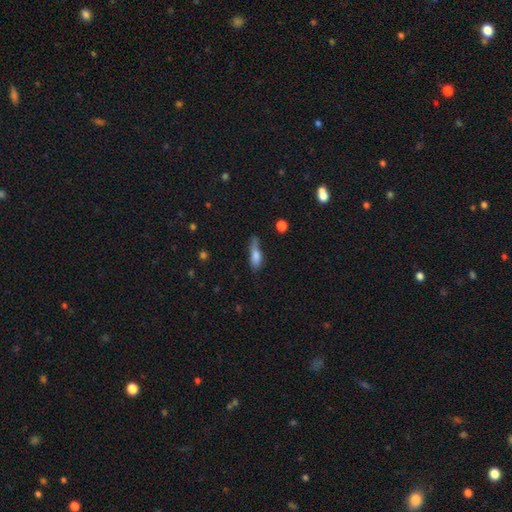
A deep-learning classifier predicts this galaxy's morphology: type=smooth (75%); roundness=in between (52%); merging=none (42%).